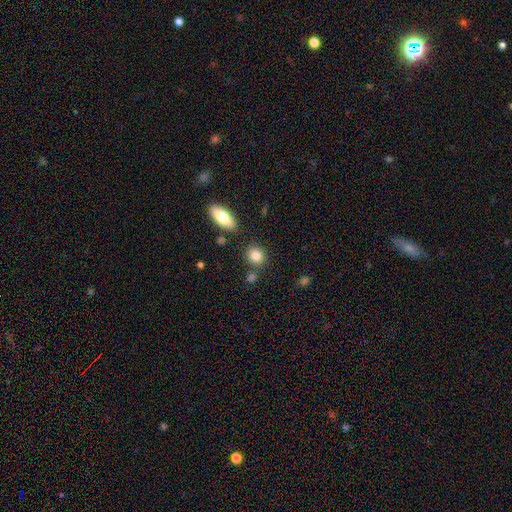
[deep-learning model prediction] Smooth or featured? smooth (84%)
How rounded? round (72%)
Merging? none (78%)